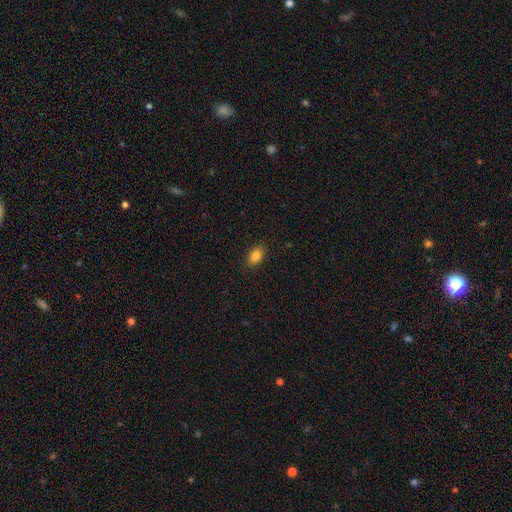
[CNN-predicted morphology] Smooth or featured: smooth — 84% (star or artifact — 9%)
How rounded: in between — 83% (round — 16%)
Merging: none — 88% (minor disturbance — 9%)